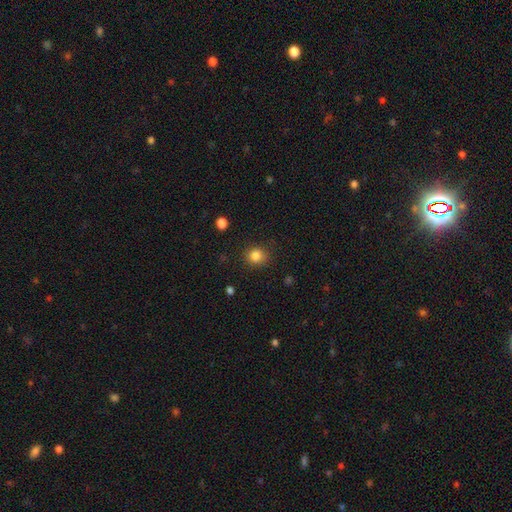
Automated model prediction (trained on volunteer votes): This appears to be a smooth galaxy with no disk features (84%) that is round (79%). Merging: none (85%).